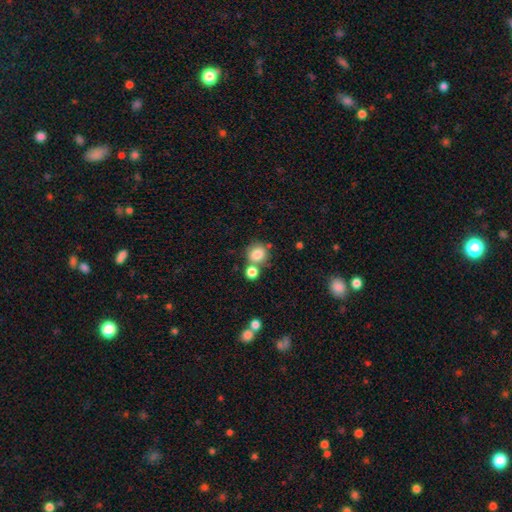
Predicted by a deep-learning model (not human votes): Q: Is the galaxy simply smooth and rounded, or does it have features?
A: smooth — 81%.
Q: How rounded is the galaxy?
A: round — 83%.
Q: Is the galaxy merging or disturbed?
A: none — 59%.